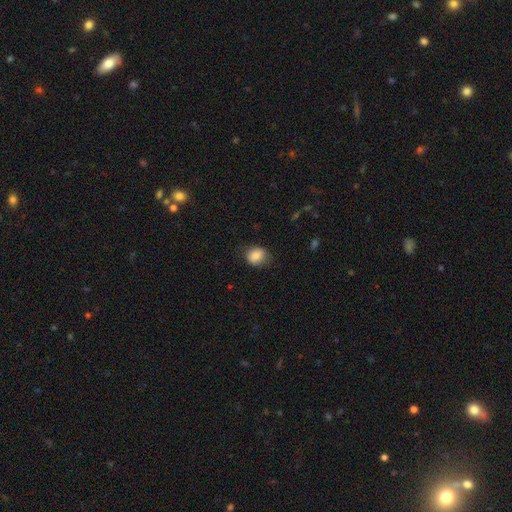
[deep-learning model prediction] This is clearly a smooth galaxy (83%). How rounded: likely round (61%). Merging: likely none (76%).